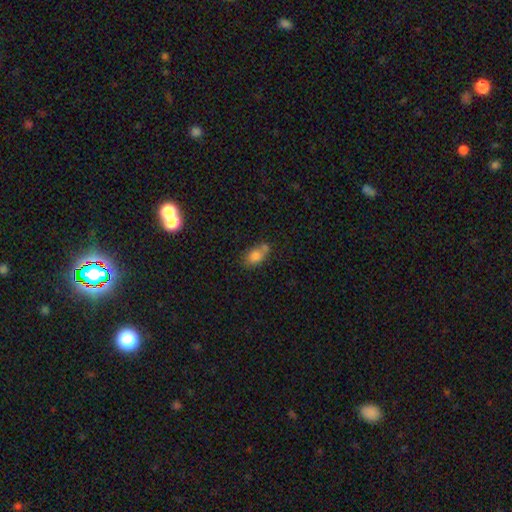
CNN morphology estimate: A smooth galaxy with no disk features (79%) that is in between round and cigar-shaped (76%). Merging: none (49%).